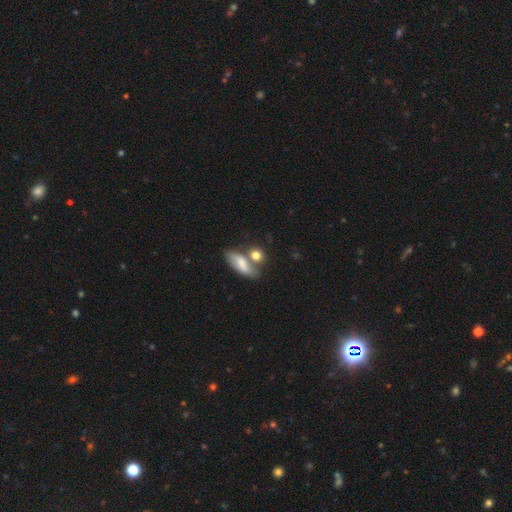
A smooth galaxy with no disk features (78%) that is round (48%). Merging: none (43%).